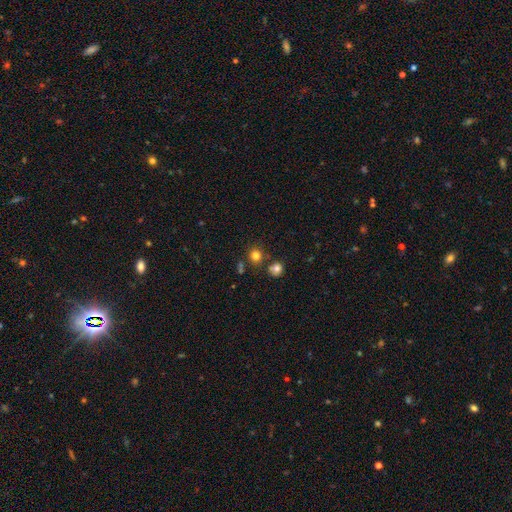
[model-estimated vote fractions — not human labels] Overall: smooth (79%). How rounded: round (86%). Merging: none (74%).